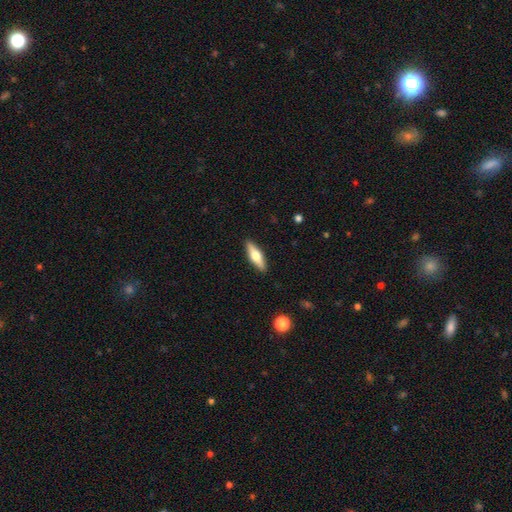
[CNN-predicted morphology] Smooth or featured? Predicted: featured or disk (p=0.48). Merging? Predicted: none (p=0.90).